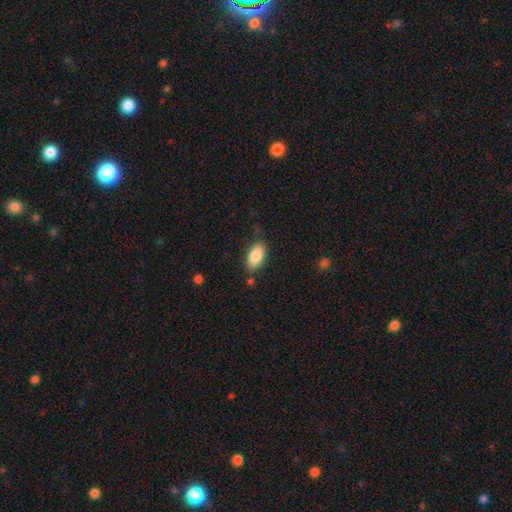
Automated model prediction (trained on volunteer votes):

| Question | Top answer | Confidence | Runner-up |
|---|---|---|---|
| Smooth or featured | smooth | 86% | featured or disk (8%) |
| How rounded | in between | 91% | cigar-shaped (7%) |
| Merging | none | 80% | minor disturbance (14%) |